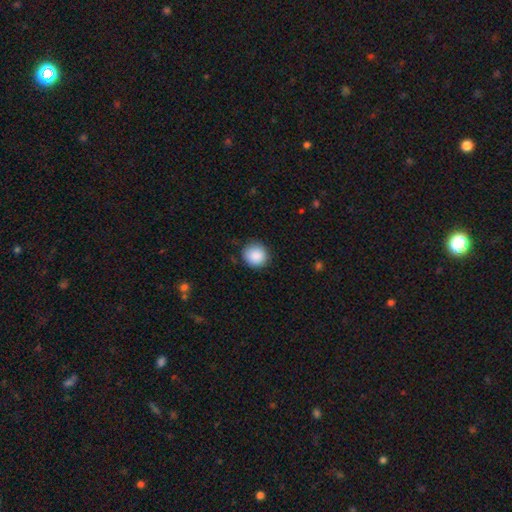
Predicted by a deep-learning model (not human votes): Smooth or featured? Predicted: smooth (p=0.89). How rounded? Predicted: round (p=0.92). Merging? Predicted: none (p=0.87).